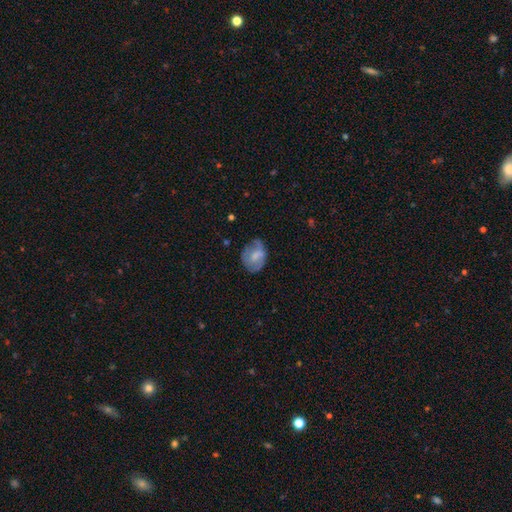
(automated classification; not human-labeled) Overall: smooth (58%; featured or disk 35%). How rounded: in between (59%; round 40%). Merging: none (51%; minor disturbance 32%).